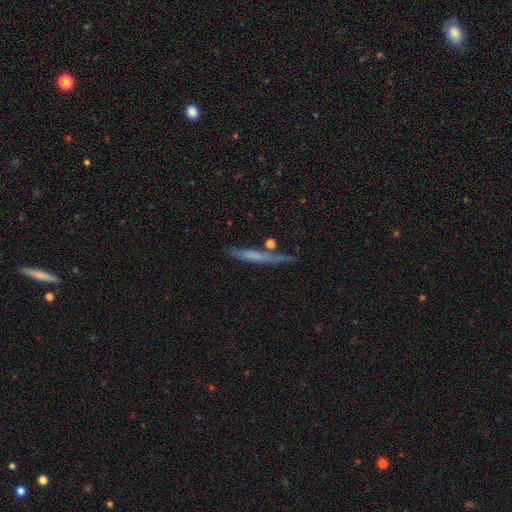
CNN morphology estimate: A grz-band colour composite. It shows a smooth galaxy with no disk features (52%) that is cigar-shaped (94%). Merging: none (73%).